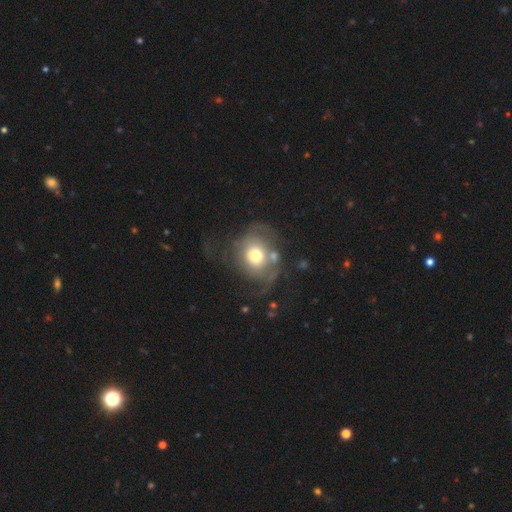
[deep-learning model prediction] Smooth or featured: smooth — 48% (featured or disk — 43%)
Merging: major disturbance — 36% (tied with none — 36%)